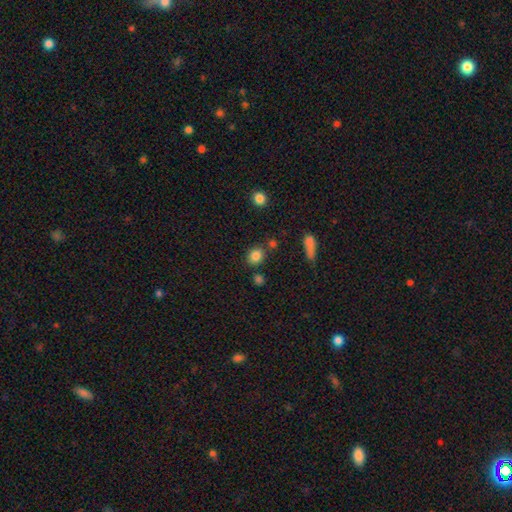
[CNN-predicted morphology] Smooth or featured: smooth — 83% (star or artifact — 11%)
How rounded: round — 73% (in between — 26%)
Merging: none — 77% (minor disturbance — 10%)